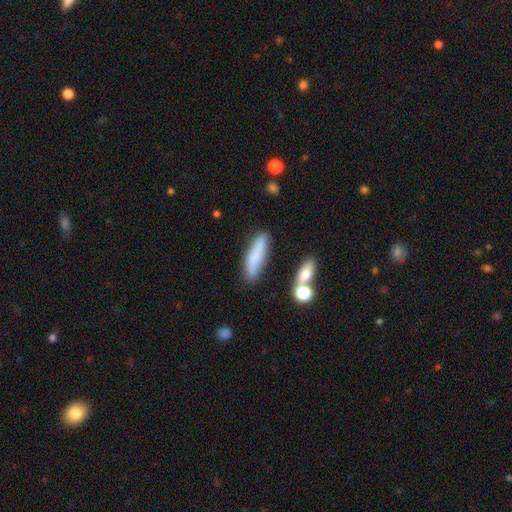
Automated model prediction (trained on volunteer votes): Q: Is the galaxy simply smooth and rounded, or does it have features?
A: smooth — 74%.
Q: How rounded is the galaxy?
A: cigar-shaped — 62%.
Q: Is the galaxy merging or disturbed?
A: none — 75%.